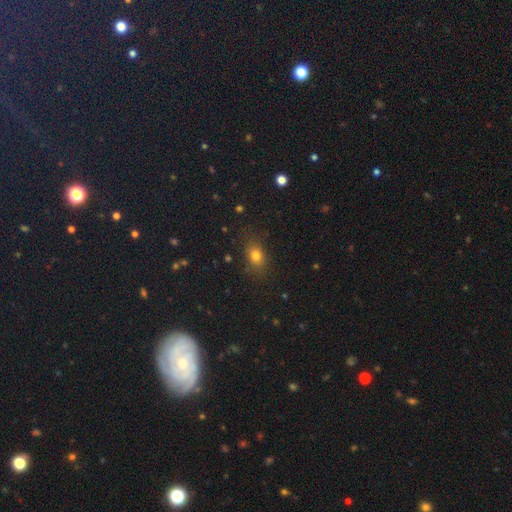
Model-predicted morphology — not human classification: smooth-or-featured: smooth: 77% | star or artifact: 15% | featured or disk: 8%
  how-rounded: in between: 63% | round: 35% | cigar-shaped: 3%
  merging: none: 81% | minor disturbance: 13% | major disturbance: 4% | merger: 1%